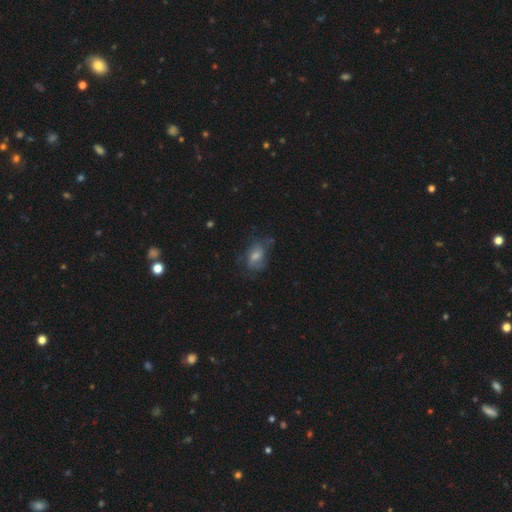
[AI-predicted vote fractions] Smooth or featured? Predicted: smooth (p=0.57). How rounded? Predicted: in between (p=0.81). Merging? Predicted: none (p=0.51).